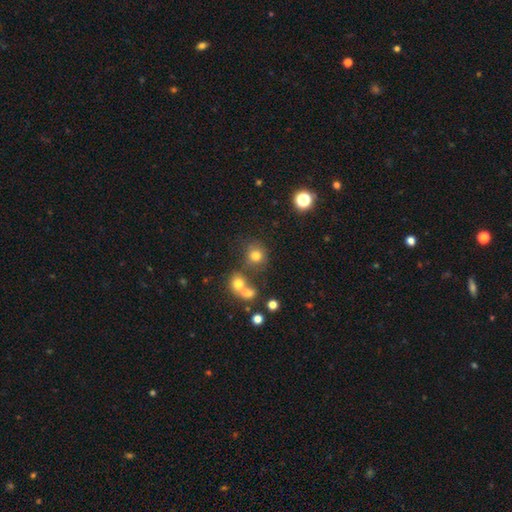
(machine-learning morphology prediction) A smooth galaxy with no disk features (75%) that is round (85%).

Vote fractions:
- Smooth or featured? smooth: 75% / star or artifact: 16% / featured or disk: 9%
- How rounded? round: 85% / in between: 14% / cigar-shaped: 1%
- Merging? none: 66% / merger: 17% / minor disturbance: 12% / major disturbance: 6%